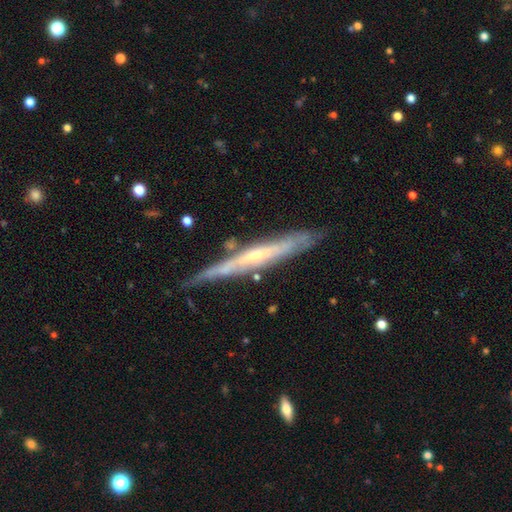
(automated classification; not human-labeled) Morphology: type=featured or disk (73%); edge-on=yes (88%); edge-on bulge=none (49%); merging=none (75%).